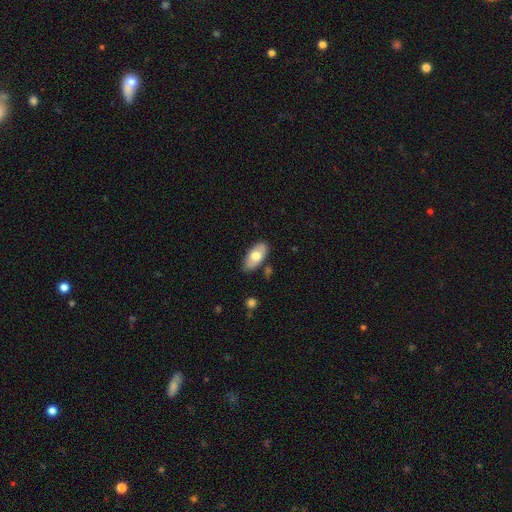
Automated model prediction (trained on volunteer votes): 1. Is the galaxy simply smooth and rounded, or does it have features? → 70% smooth, 23% featured or disk, 6% star or artifact.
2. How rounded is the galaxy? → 92% in between, 5% cigar-shaped, 3% round.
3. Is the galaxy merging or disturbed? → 80% none, 14% minor disturbance, 4% merger, 3% major disturbance.